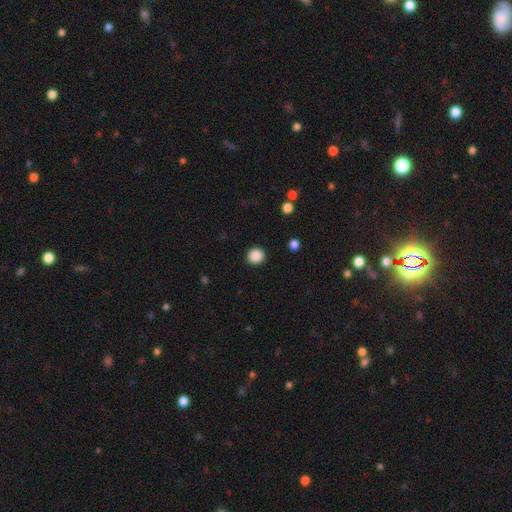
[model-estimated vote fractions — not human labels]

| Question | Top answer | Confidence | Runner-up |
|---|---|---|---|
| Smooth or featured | smooth | 88% | star or artifact (10%) |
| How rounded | round | 91% | in between (8%) |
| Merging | none | 92% | minor disturbance (5%) |